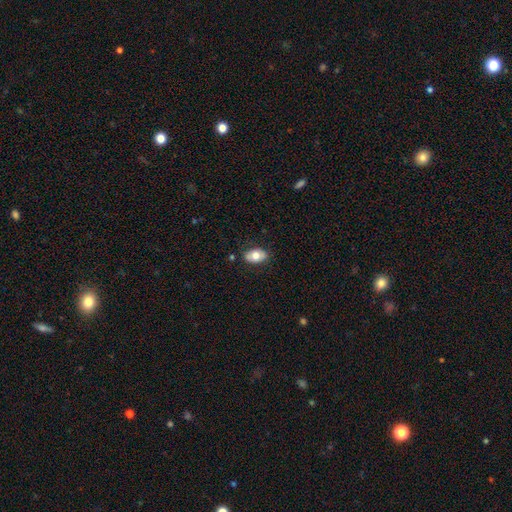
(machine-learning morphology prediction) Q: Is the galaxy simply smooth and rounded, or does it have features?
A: smooth — 73%.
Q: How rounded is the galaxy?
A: in between — 90%.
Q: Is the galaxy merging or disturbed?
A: none — 84%.